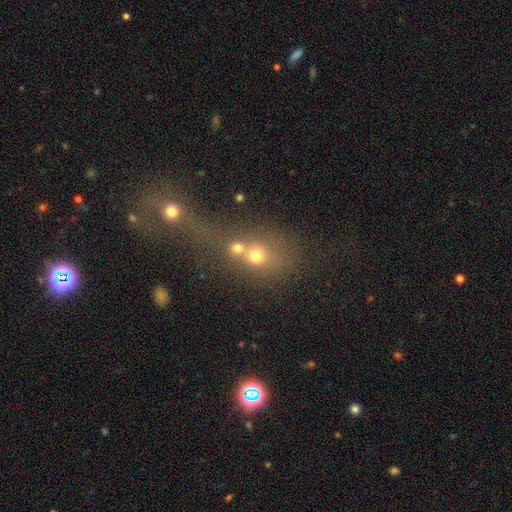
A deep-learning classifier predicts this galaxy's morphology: Overall: smooth (60%). How rounded: round (68%; in between 29%). Merging: merger (61%; none 25%).